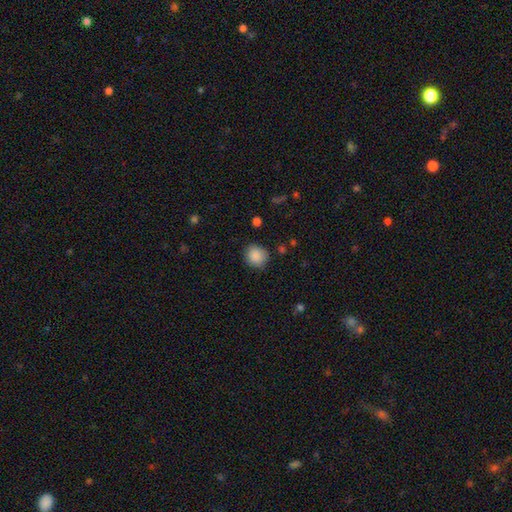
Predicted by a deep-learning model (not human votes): smooth 88%, star or artifact 8%, featured or disk 4%. Down the decision tree: how rounded — round (84%); merging — none (82%).